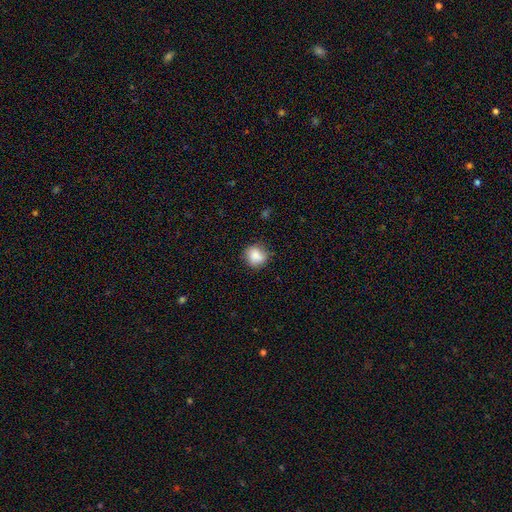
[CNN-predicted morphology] smooth-or-featured: smooth: 83% | star or artifact: 9% | featured or disk: 8%
  how-rounded: round: 81% | in between: 18% | cigar-shaped: 1%
  merging: none: 76% | minor disturbance: 18% | major disturbance: 4% | merger: 2%